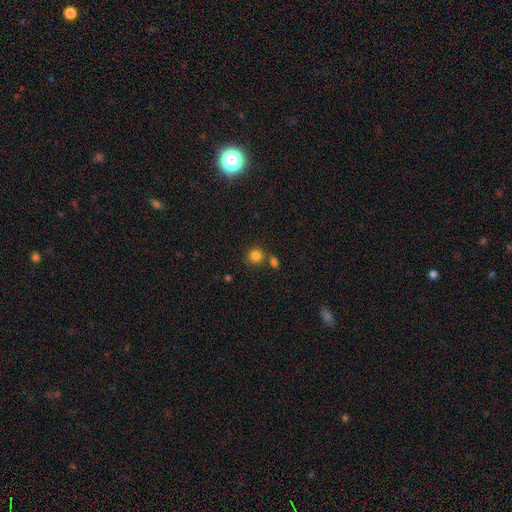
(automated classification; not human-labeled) A smooth galaxy with no disk features (83%) that is round (87%). Merging: none (70%).